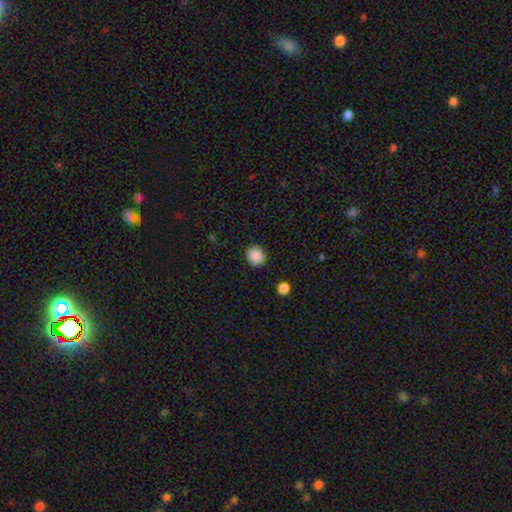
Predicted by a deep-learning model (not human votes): smooth-or-featured: smooth: 88% | star or artifact: 9% | featured or disk: 3%
  how-rounded: round: 84% | in between: 15% | cigar-shaped: 1%
  merging: none: 90% | minor disturbance: 6% | major disturbance: 2% | merger: 1%